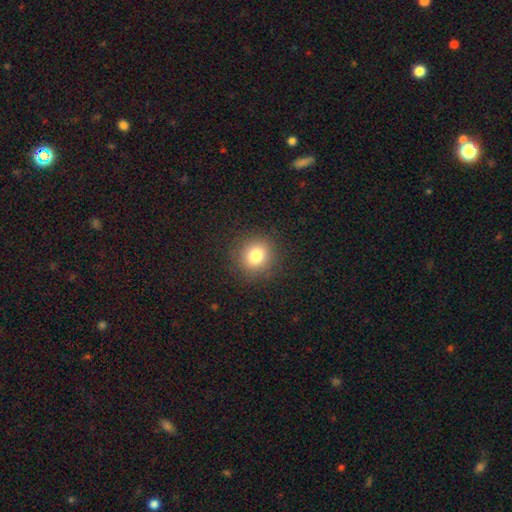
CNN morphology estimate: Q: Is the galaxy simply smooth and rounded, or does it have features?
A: smooth — 80%.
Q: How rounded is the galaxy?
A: round — 89%.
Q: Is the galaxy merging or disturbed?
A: none — 90%.